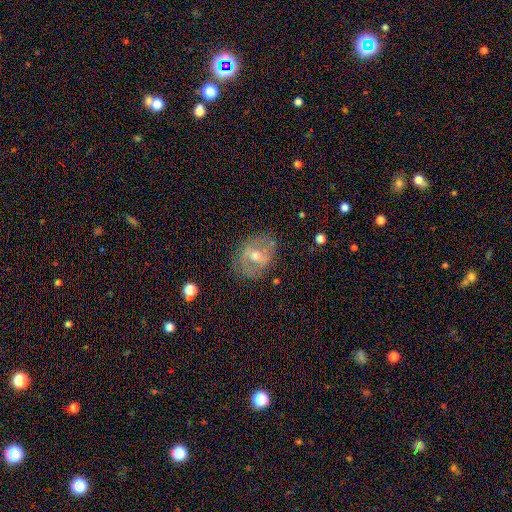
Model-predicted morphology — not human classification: Smooth or featured?
  - featured or disk: 60% *
  - smooth: 30%
  - star or artifact: 10%
Edge-on disk?
  - no: 93% *
  - yes: 7%
Bar?
  - weak: 45% *
  - strong: 28%
  - no: 27%
Spiral arms?
  - no: 59% *
  - yes: 41%
Bulge size?
  - moderate: 67% *
  - small: 27%
  - large: 4%
  - none: 1%
  - dominant: 1%
Merging?
  - none: 71% *
  - minor disturbance: 19%
  - major disturbance: 8%
  - merger: 2%